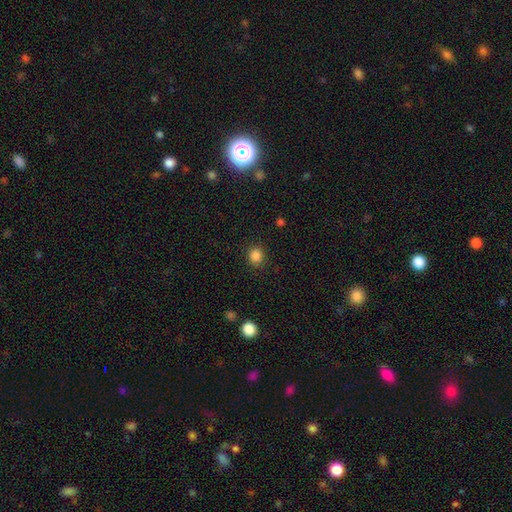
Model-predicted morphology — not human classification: smooth-or-featured: smooth: 85% | star or artifact: 11% | featured or disk: 3%
  how-rounded: round: 82% | in between: 17% | cigar-shaped: 1%
  merging: none: 89% | minor disturbance: 7% | major disturbance: 3% | merger: 1%